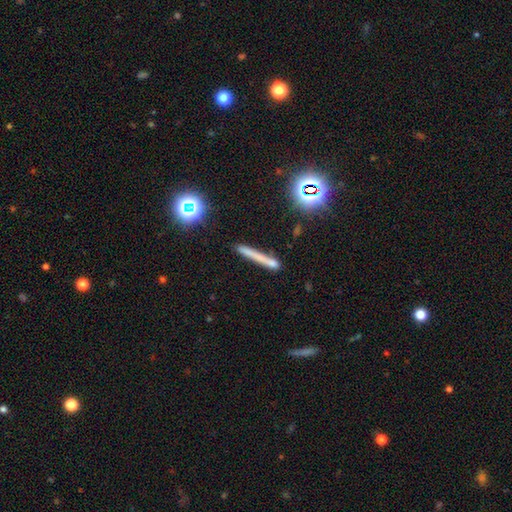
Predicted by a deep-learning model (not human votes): Smooth or featured? Predicted: smooth (p=0.57). How rounded? Predicted: cigar-shaped (p=0.93). Merging? Predicted: none (p=0.78).